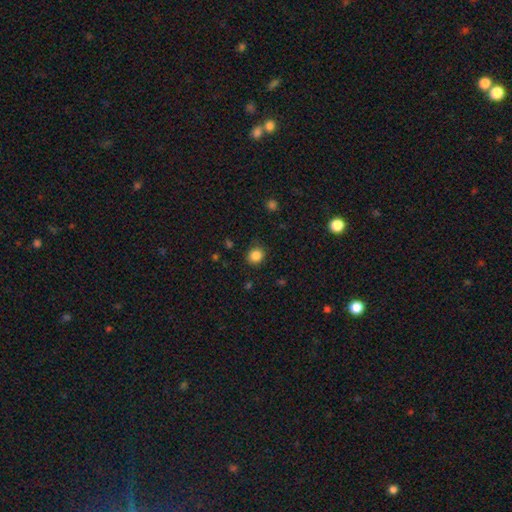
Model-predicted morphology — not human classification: smooth 85%, star or artifact 11%, featured or disk 4%. Down the decision tree: how rounded — round (80%); merging — none (86%).